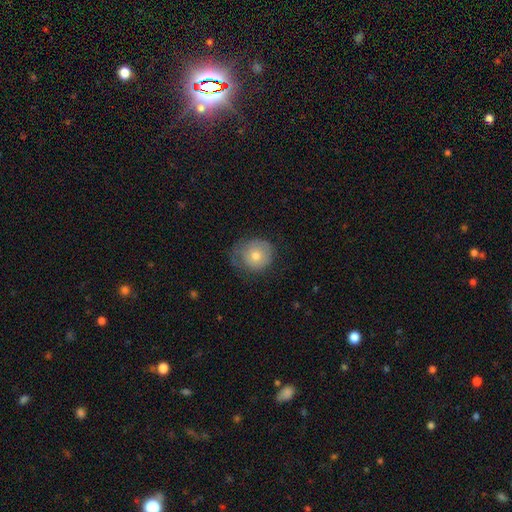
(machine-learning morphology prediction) Smooth or featured? smooth (67%)
How rounded? round (84%)
Merging? none (57%)